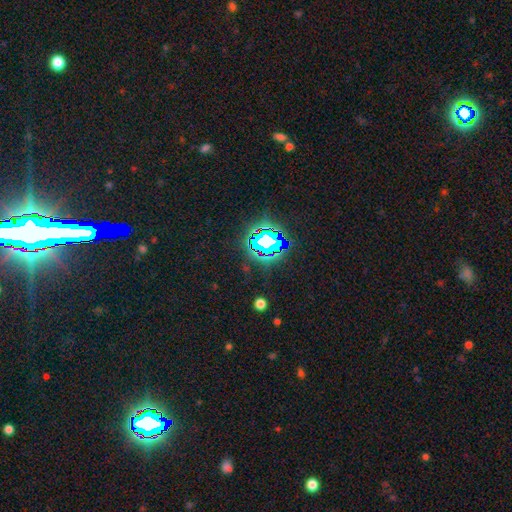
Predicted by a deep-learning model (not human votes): The model was most divided on "smooth or featured": star or artifact: 83%, smooth: 10%, featured or disk: 8%.